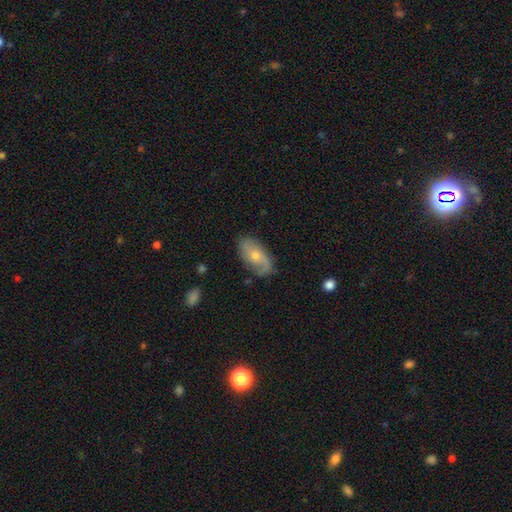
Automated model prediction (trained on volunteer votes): Overall: featured or disk (63%; smooth 30%). Edge-on disk: no (94%). Bar: no (68%; weak 28%). Spiral arms: yes (87%). Spiral arm count: 2 (69%). Spiral winding: loose (41%; medium 39%). Bulge size: moderate (52%; small 41%). Merging: none (71%).